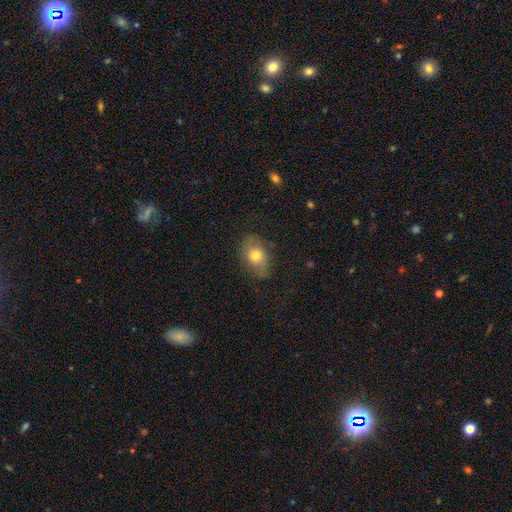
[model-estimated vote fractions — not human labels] This is likely a smooth galaxy (65%). How rounded: likely in between (72%). Merging: likely none (71%).